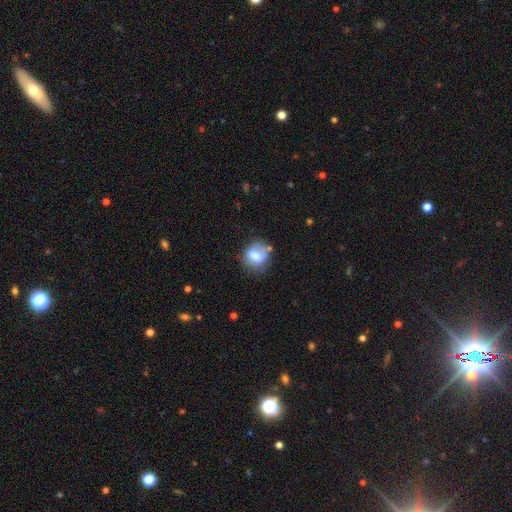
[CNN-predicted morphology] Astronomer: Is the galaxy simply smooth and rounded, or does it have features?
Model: smooth — 71%.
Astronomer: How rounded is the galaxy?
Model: round — 66%.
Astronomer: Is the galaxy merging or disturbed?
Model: none — 59%.